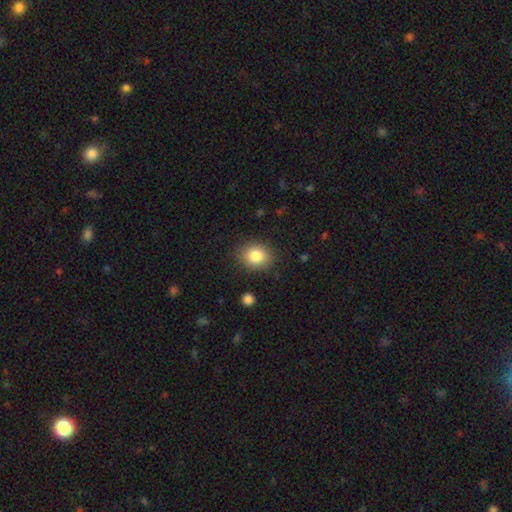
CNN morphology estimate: Smooth or featured? Predicted: smooth (p=0.83). How rounded? Predicted: round (p=0.62). Merging? Predicted: none (p=0.87).